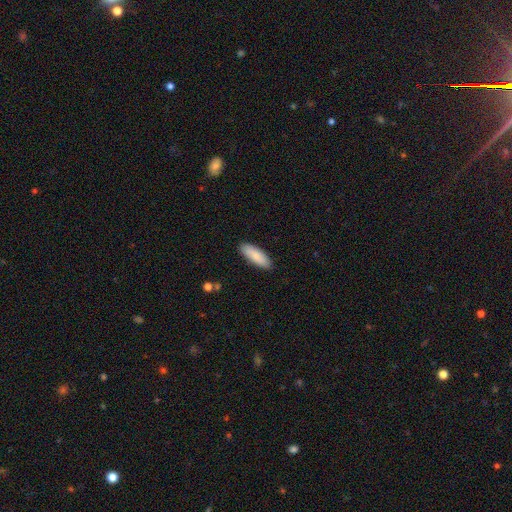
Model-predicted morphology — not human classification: Smooth or featured? smooth (85%)
How rounded? in between (65%)
Merging? none (89%)